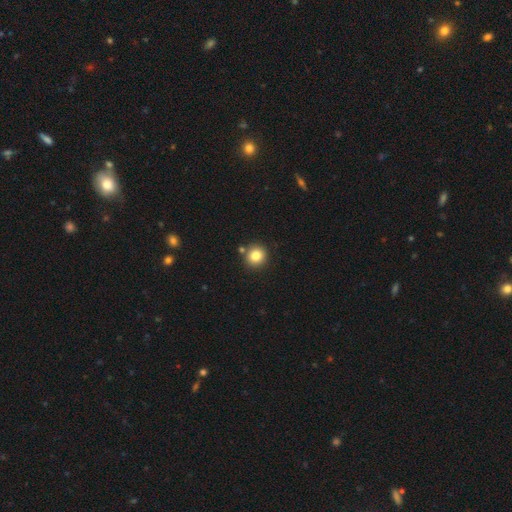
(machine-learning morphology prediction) smooth 82%, star or artifact 11%, featured or disk 7%. Down the decision tree: how rounded — round (91%); merging — none (82%).